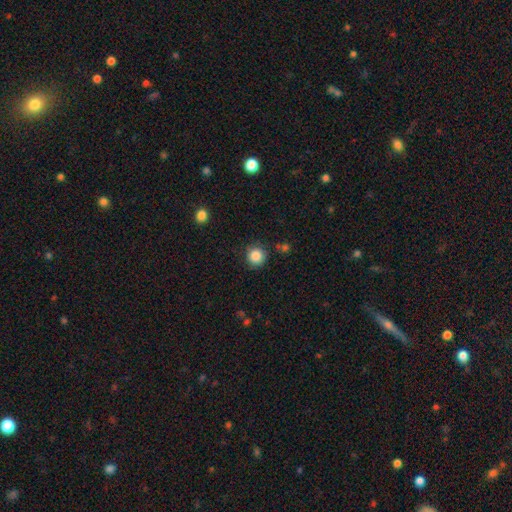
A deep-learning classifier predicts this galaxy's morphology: Smooth or featured? Predicted: smooth (p=0.86). How rounded? Predicted: round (p=0.93). Merging? Predicted: none (p=0.86).